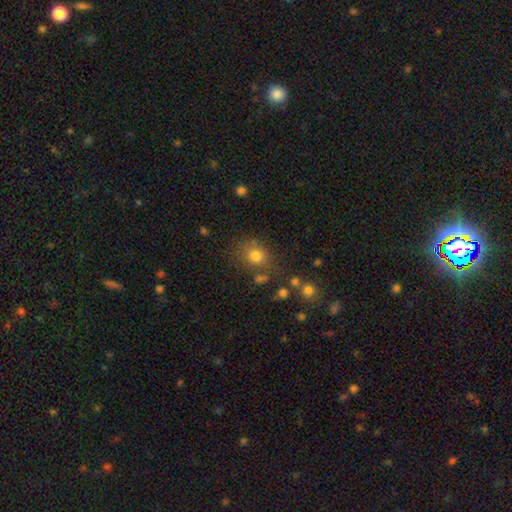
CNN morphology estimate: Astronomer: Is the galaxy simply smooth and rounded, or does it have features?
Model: smooth — 78%.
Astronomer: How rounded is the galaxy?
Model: round — 72%.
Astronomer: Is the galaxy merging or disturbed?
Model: none — 67%.